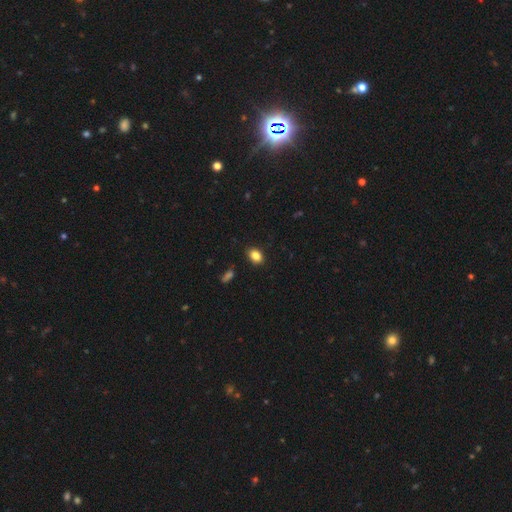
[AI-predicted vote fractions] Overall: smooth (85%). How rounded: in between (71%). Merging: none (88%).